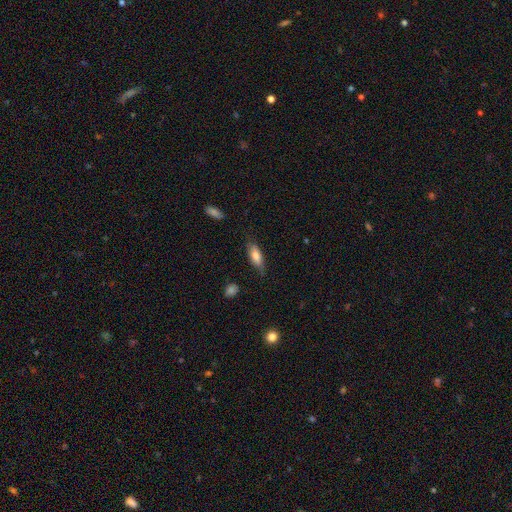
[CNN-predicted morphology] This is likely a smooth galaxy (72%). How rounded: likely in between (67%). Merging: likely none (71%).